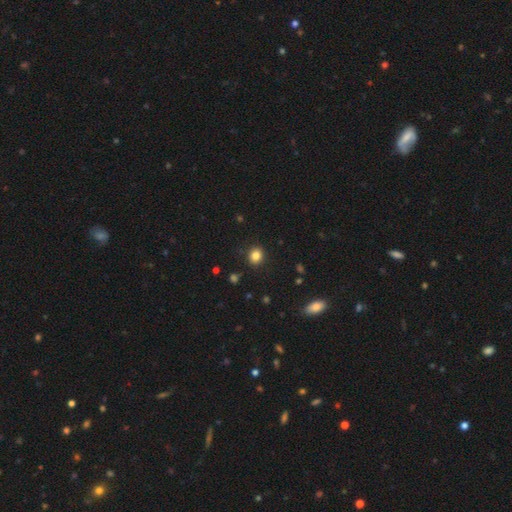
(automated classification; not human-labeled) This is clearly a smooth galaxy (83%). How rounded: likely round (72%). Merging: clearly none (89%).